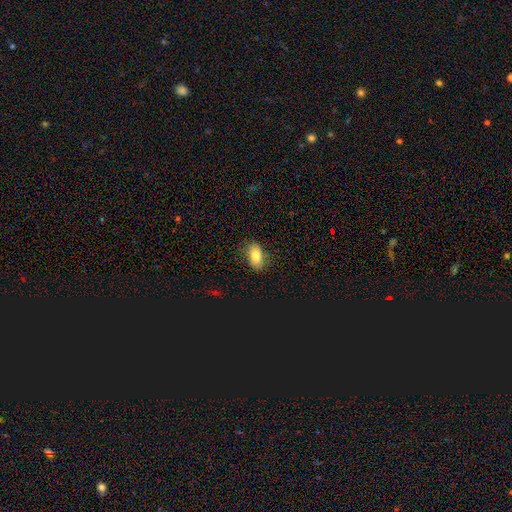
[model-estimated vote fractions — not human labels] Overall: smooth (81%). How rounded: in between (89%). Merging: none (80%).